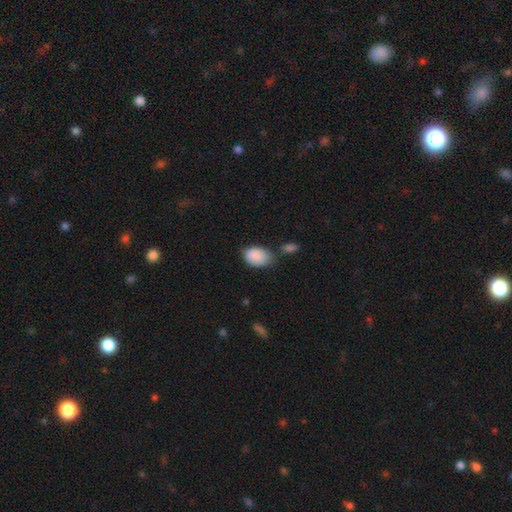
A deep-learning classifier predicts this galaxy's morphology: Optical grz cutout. It shows a smooth galaxy with no disk features (89%) that is in between round and cigar-shaped (85%). Merging: none (53%).